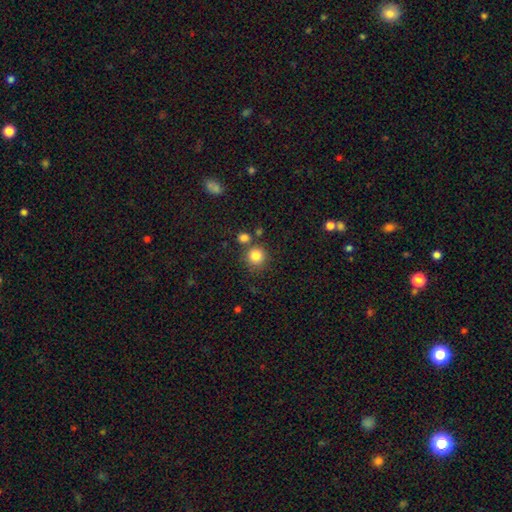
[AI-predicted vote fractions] Overall: smooth (83%). How rounded: round (92%). Merging: none (75%).